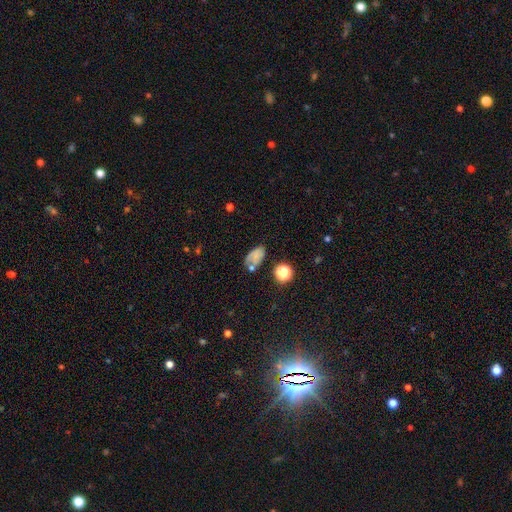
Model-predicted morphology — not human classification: Smooth or featured?
  - smooth: 62% *
  - featured or disk: 20%
  - star or artifact: 18%
How rounded?
  - in between: 84% *
  - round: 13%
  - cigar-shaped: 2%
Merging?
  - none: 49% *
  - minor disturbance: 24%
  - merger: 14%
  - major disturbance: 12%